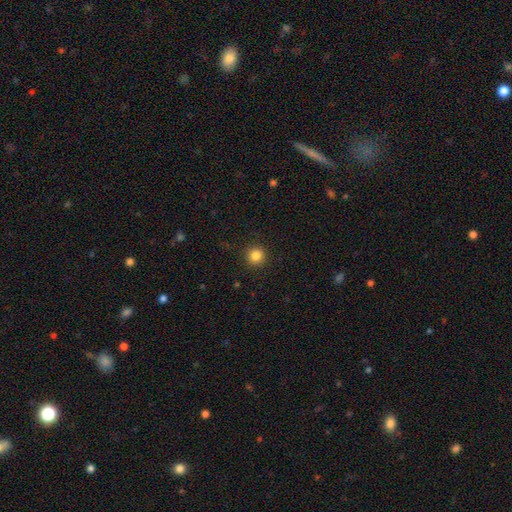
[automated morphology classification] The model was most divided on "smooth or featured": smooth: 84%, star or artifact: 11%, featured or disk: 4%. More confident: how rounded — round (95%); merging — none (92%).